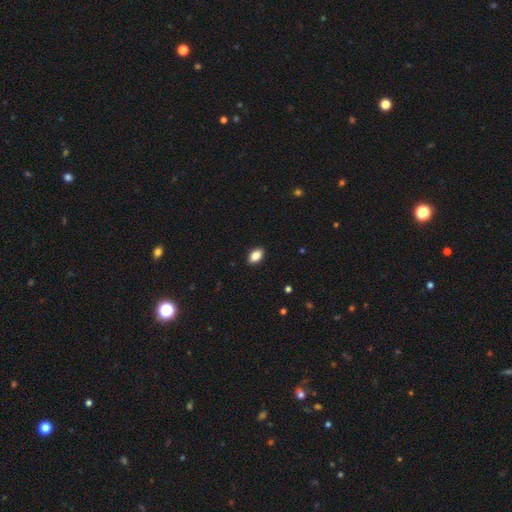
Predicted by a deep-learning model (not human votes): A smooth galaxy with no disk features (87%) that is in between round and cigar-shaped (90%).

Vote fractions:
- Smooth or featured? smooth: 87% / star or artifact: 8% / featured or disk: 5%
- How rounded? in between: 90% / round: 9% / cigar-shaped: 2%
- Merging? none: 90% / minor disturbance: 7% / major disturbance: 2% / merger: 1%